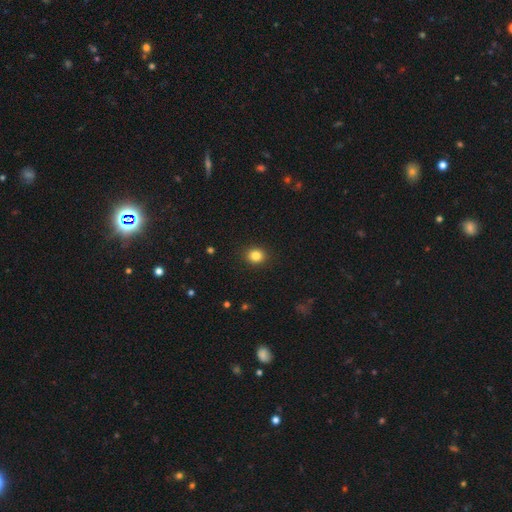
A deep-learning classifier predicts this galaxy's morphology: Smooth or featured? smooth (84%)
How rounded? round (80%)
Merging? none (91%)